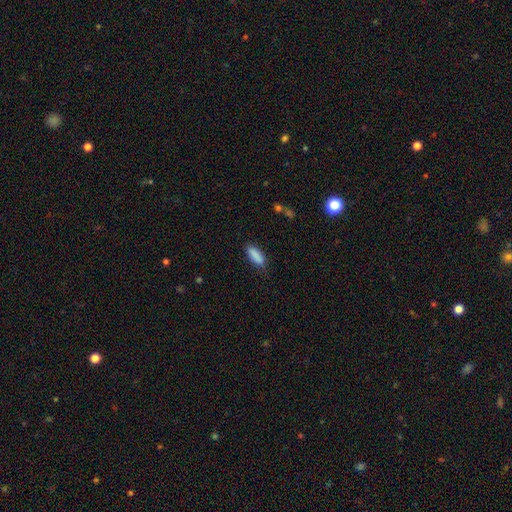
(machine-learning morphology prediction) Overall: smooth (88%). How rounded: in between (61%; cigar-shaped 37%). Merging: none (81%).